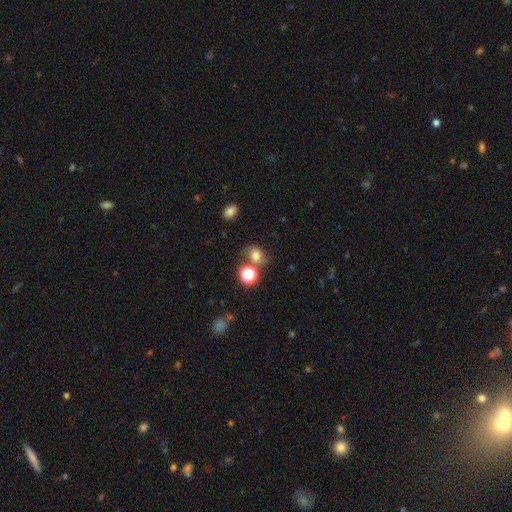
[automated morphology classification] This is likely a smooth galaxy (71%). How rounded: possibly round (51%). Merging: likely none (60%).